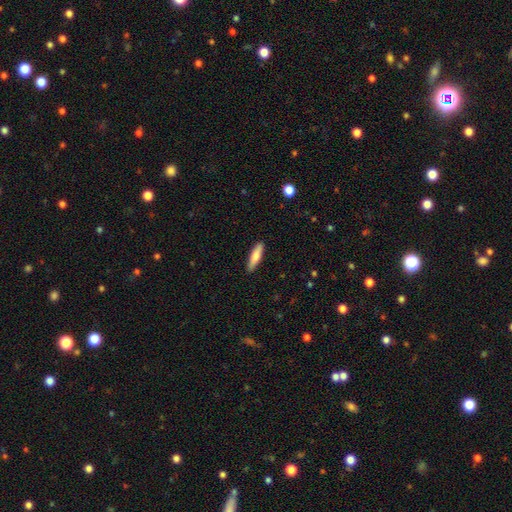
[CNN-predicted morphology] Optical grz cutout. It shows a smooth galaxy with no disk features (74%) that is cigar-shaped (73%). Merging: none (90%).